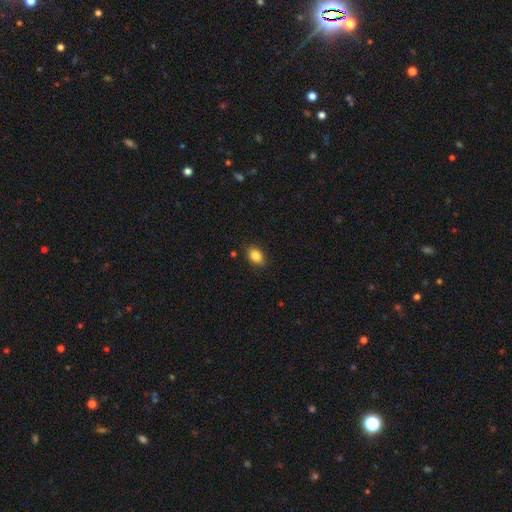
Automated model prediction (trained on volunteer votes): Smooth or featured? smooth (85%)
How rounded? in between (81%)
Merging? none (85%)